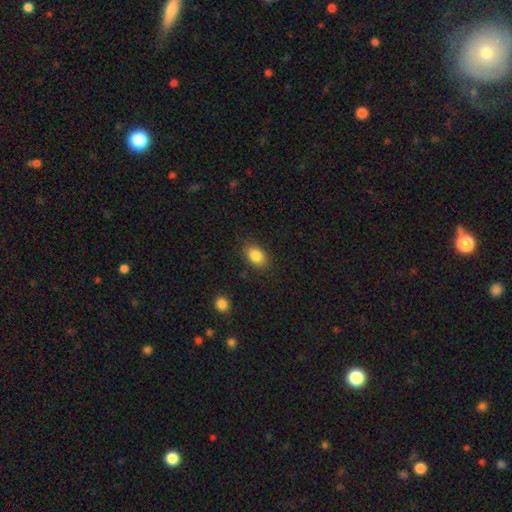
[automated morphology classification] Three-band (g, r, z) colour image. It shows a smooth galaxy with no disk features (85%) that is in between round and cigar-shaped (82%). Merging: none (84%).